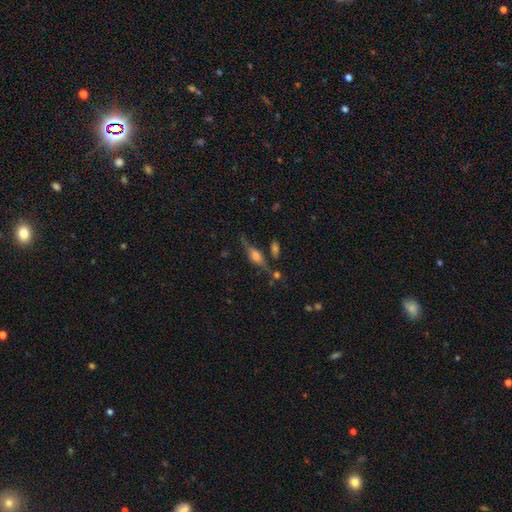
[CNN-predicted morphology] smooth_or_featured: featured or disk (p=0.67) [alt: smooth p=0.22]
disk_edge_on: yes (p=0.93) [alt: no p=0.07]
edge_on_bulge: rounded (p=0.85) [alt: boxy p=0.12]
merging: none (p=0.70) [alt: minor disturbance p=0.16]